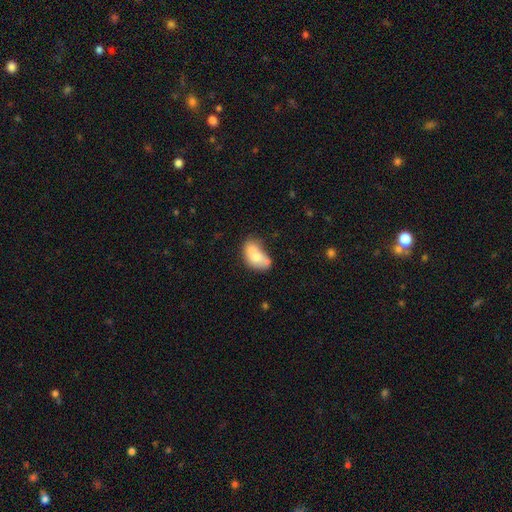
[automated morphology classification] smooth_or_featured: smooth (p=0.63) [alt: featured or disk p=0.29]
how_rounded: in between (p=0.86) [alt: round p=0.11]
merging: merger (p=0.50) [alt: none p=0.26]